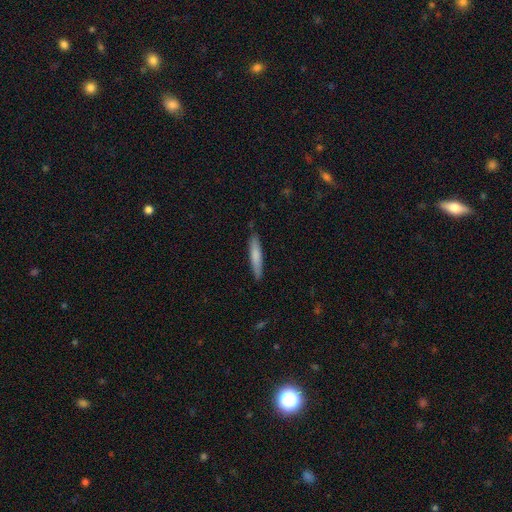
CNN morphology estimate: The model was most divided on "smooth or featured": smooth: 74%, featured or disk: 20%, star or artifact: 6%. More confident: how rounded — cigar-shaped (91%); merging — none (87%).